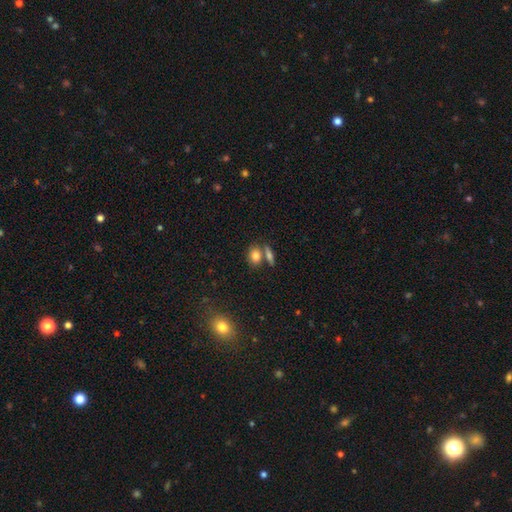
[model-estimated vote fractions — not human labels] This is clearly a smooth galaxy (80%). How rounded: likely in between (67%). Merging: possibly none (57%).